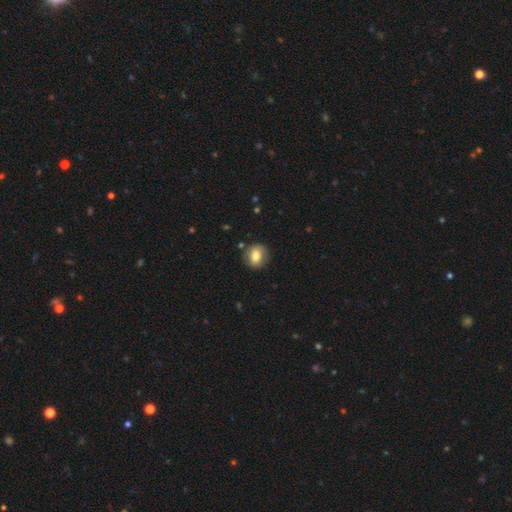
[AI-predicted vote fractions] Smooth or featured?
  - smooth: 77% *
  - featured or disk: 15%
  - star or artifact: 8%
How rounded?
  - round: 61% *
  - in between: 37%
  - cigar-shaped: 1%
Merging?
  - none: 83% *
  - minor disturbance: 12%
  - major disturbance: 3%
  - merger: 2%